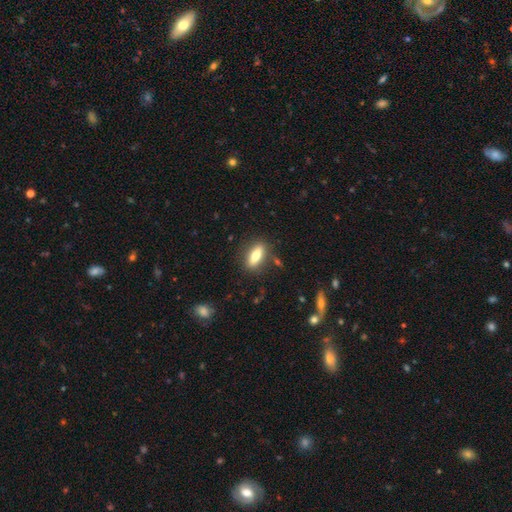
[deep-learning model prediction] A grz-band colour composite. It shows a smooth galaxy with no disk features (74%) that is in between round and cigar-shaped (59%). Merging: none (83%).